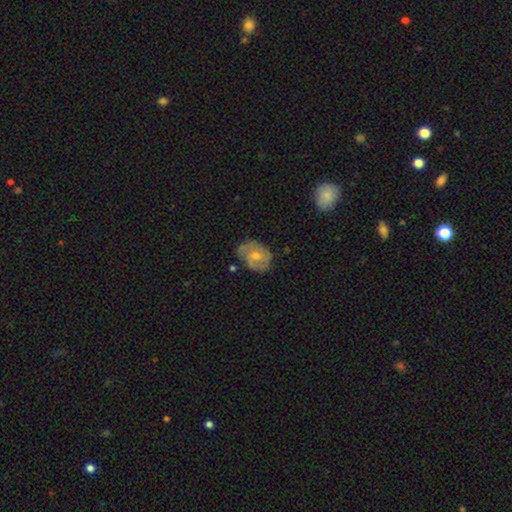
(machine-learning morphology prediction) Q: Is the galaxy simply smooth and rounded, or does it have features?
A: featured or disk — 61%.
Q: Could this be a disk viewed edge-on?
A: no — 96%.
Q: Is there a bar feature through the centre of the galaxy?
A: no — 68%.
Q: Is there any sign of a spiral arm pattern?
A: yes — 72%.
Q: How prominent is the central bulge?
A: moderate — 61%.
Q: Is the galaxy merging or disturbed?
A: none — 63%.